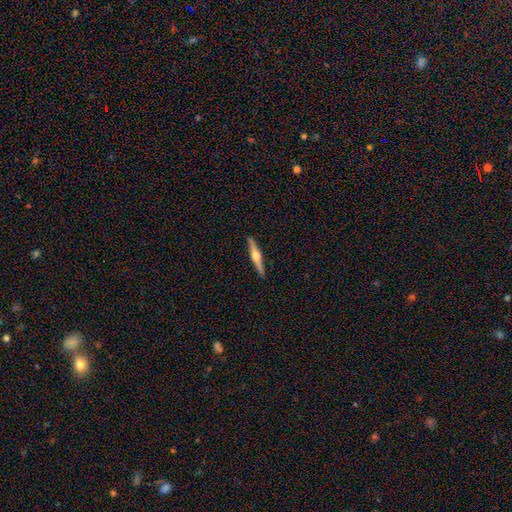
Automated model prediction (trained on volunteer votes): A featured or disk galaxy (70%) viewed edge-on (98%) with a rounded central bulge (91%). Merging: none (91%).